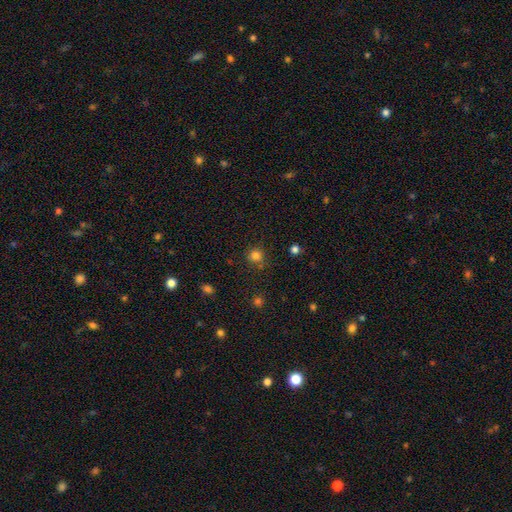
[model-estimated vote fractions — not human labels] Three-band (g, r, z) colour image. It shows a smooth galaxy with no disk features (80%) that is round (91%). Merging: none (81%).